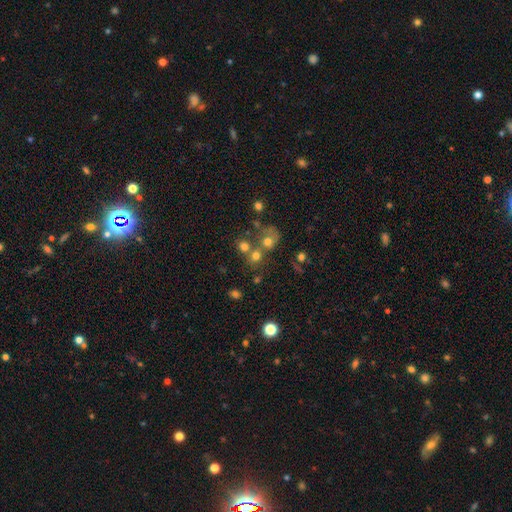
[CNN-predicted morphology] This is likely a smooth galaxy (66%). How rounded: clearly round (82%). Merging: possibly none (46%).